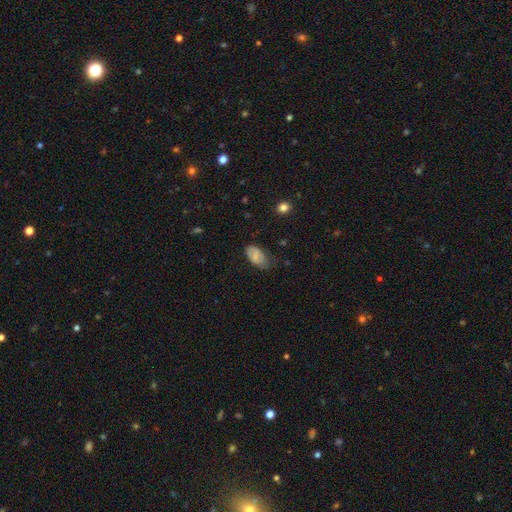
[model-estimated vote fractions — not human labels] This appears to be a smooth galaxy with no disk features (66%) that is in between round and cigar-shaped (92%). Merging: none (53%).